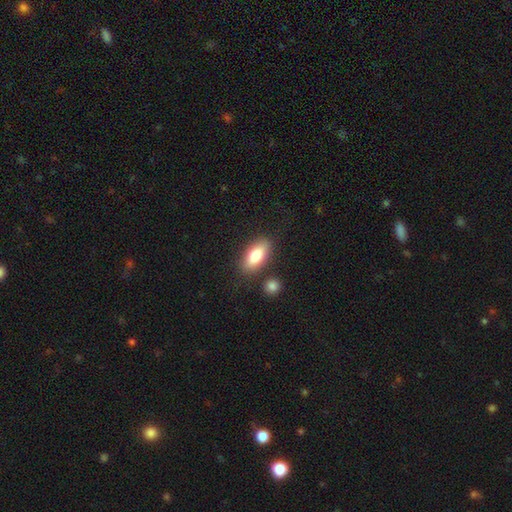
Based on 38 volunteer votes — Overall: smooth (87%). How rounded: in between (100%). Merging: none (76%).